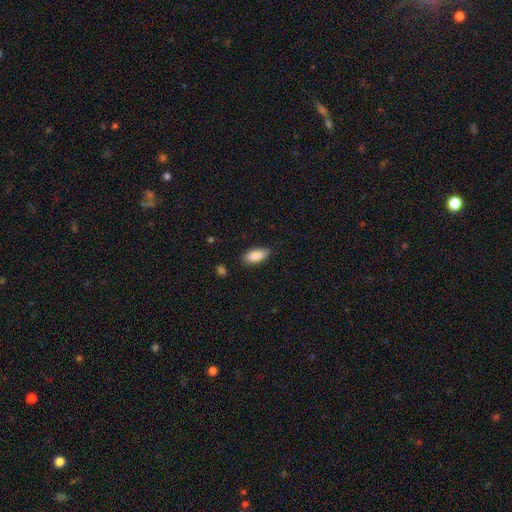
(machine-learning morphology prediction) A smooth galaxy with no disk features (88%) that is in between round and cigar-shaped (88%).

Vote fractions:
- Smooth or featured? smooth: 88% / star or artifact: 7% / featured or disk: 5%
- How rounded? in between: 88% / cigar-shaped: 10% / round: 2%
- Merging? none: 80% / minor disturbance: 16% / major disturbance: 3% / merger: 1%